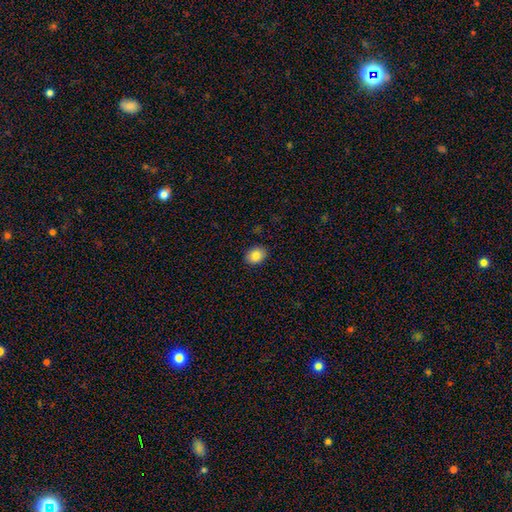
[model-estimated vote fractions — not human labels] A smooth galaxy with no disk features (85%) that is in between round and cigar-shaped (57%). Merging: none (89%).